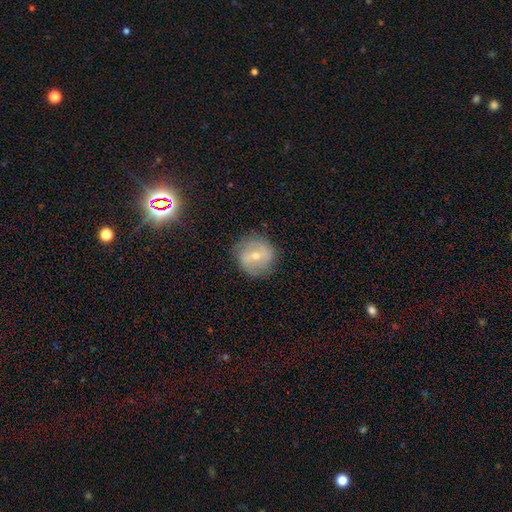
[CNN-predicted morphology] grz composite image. It shows a featured or disk galaxy (56%) with a weak bar (46%), spiral arms (65%) and a small central bulge (48%, tied with moderate). Merging: none (80%).